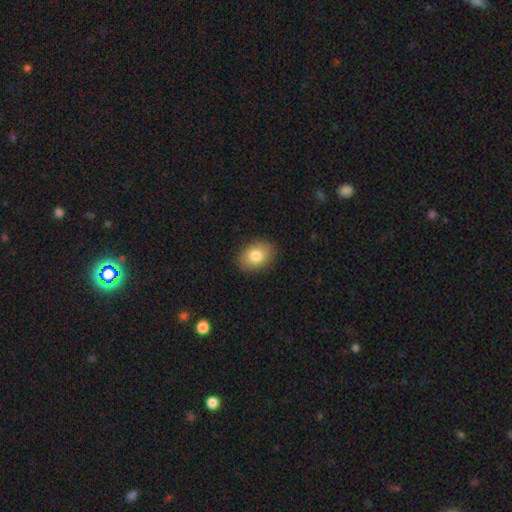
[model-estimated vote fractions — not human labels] smooth_or_featured: smooth (p=0.82) [alt: featured or disk p=0.10]
how_rounded: in between (p=0.72) [alt: round p=0.27]
merging: none (p=0.89) [alt: minor disturbance p=0.08]